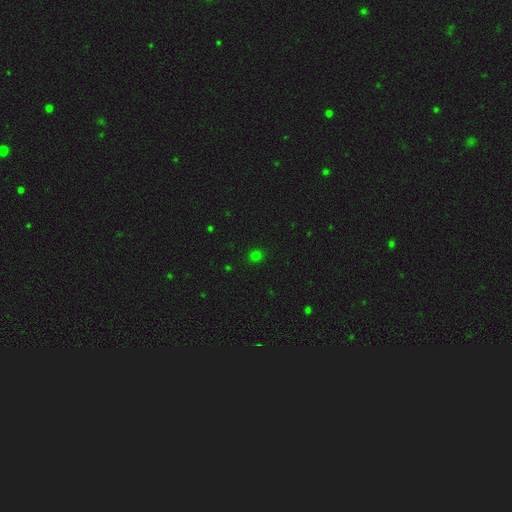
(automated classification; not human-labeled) Overall: smooth (74%). How rounded: round (86%). Merging: none (90%).